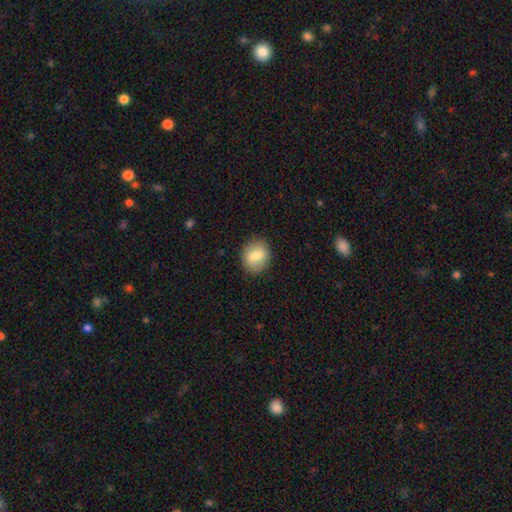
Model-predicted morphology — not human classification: A smooth galaxy with no disk features (77%) that is round (54%).

Vote fractions:
- Smooth or featured? smooth: 77% / featured or disk: 15% / star or artifact: 8%
- How rounded? round: 54% / in between: 45% / cigar-shaped: 1%
- Merging? none: 87% / minor disturbance: 10% / major disturbance: 3% / merger: 1%